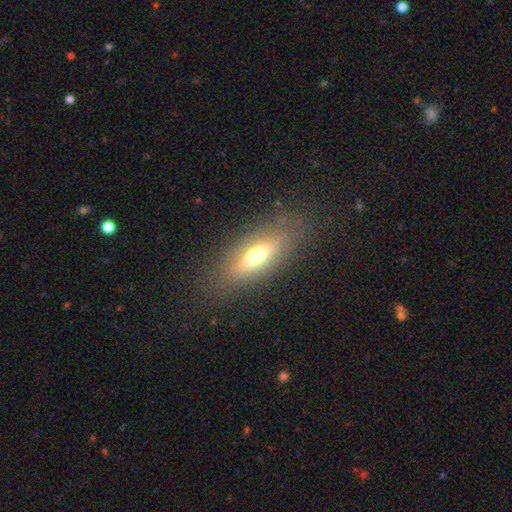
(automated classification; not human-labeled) Smooth or featured? Predicted: smooth (p=0.55). How rounded? Predicted: in between (p=0.64). Merging? Predicted: none (p=0.81).